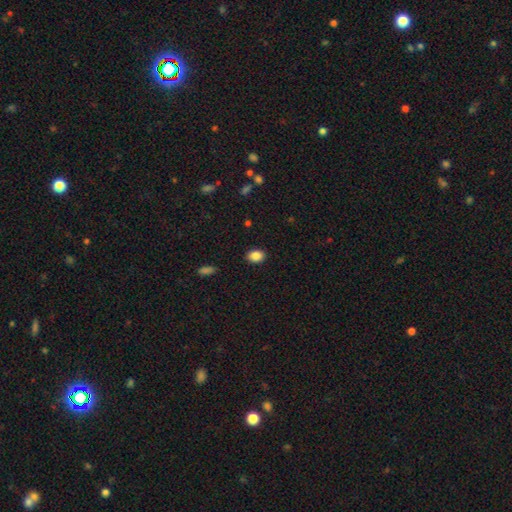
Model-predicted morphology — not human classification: smooth 87%, star or artifact 9%, featured or disk 5%. Down the decision tree: how rounded — in between (72%); merging — none (89%).